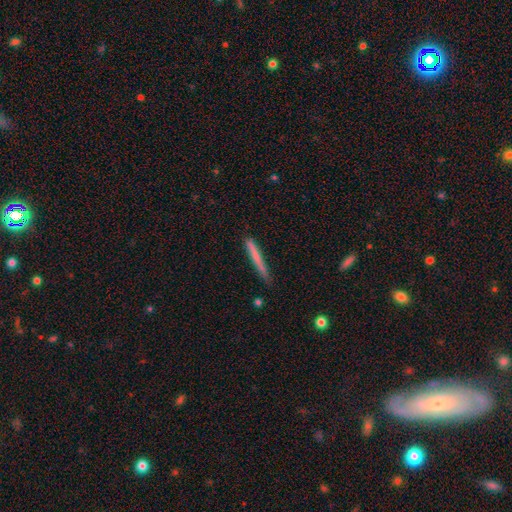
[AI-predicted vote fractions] A smooth galaxy with no disk features (66%) that is cigar-shaped (97%). Merging: none (79%).